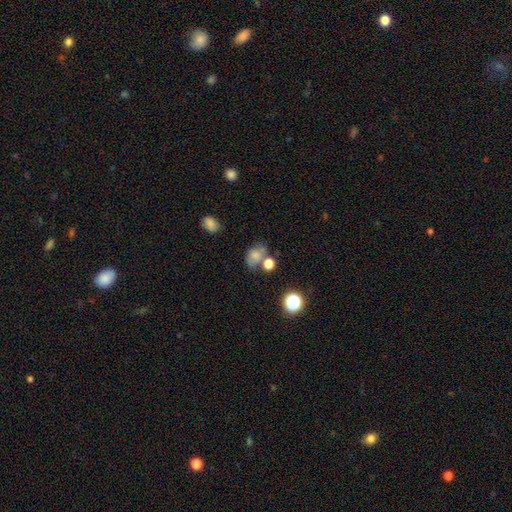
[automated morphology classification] smooth_or_featured: smooth (p=0.71) [alt: featured or disk p=0.15]
how_rounded: in between (p=0.63) [alt: round p=0.36]
merging: none (p=0.43) [alt: merger p=0.25]